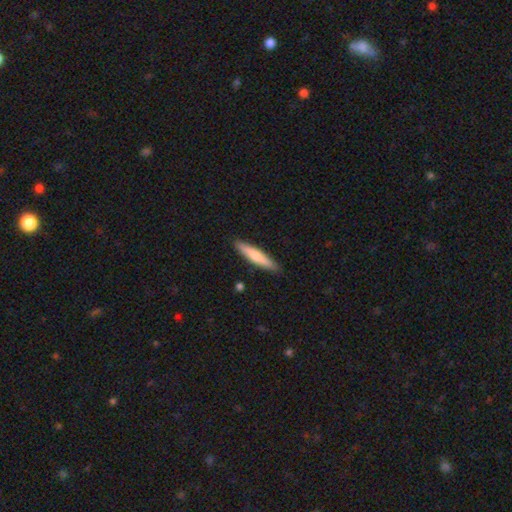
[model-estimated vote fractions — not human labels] smooth 69%, featured or disk 26%, star or artifact 5%. Down the decision tree: how rounded — cigar-shaped (89%); merging — none (90%).